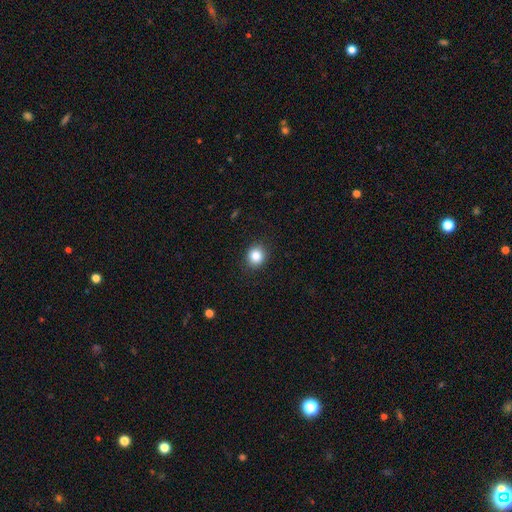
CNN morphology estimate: Overall: smooth (86%). How rounded: round (77%). Merging: none (89%).